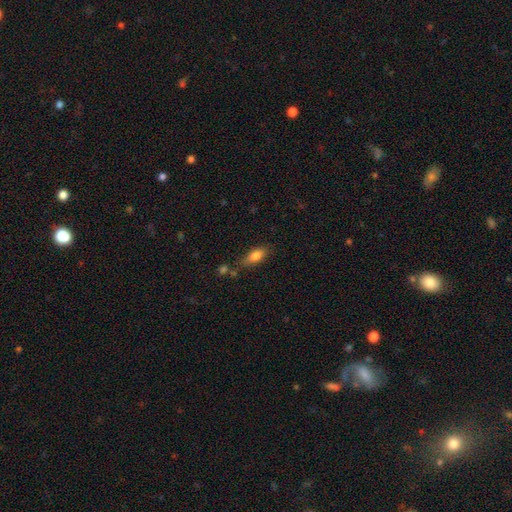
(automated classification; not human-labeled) Smooth or featured?
  - smooth: 80% *
  - featured or disk: 13%
  - star or artifact: 8%
How rounded?
  - in between: 80% *
  - cigar-shaped: 16%
  - round: 4%
Merging?
  - none: 65% *
  - minor disturbance: 21%
  - merger: 8%
  - major disturbance: 6%